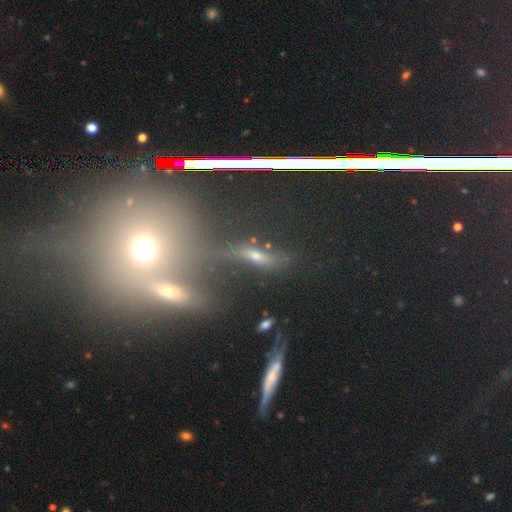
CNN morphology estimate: The model was most divided on "smooth or featured": star or artifact: 43%, smooth: 35%, featured or disk: 22%.